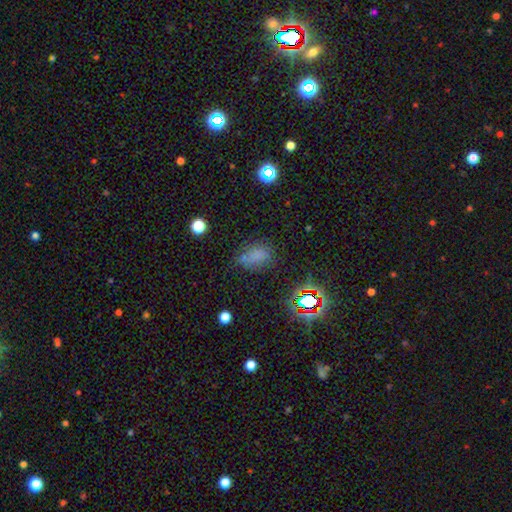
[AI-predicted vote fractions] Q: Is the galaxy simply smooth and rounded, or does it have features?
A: smooth — 64%.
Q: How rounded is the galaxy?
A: in between — 80%.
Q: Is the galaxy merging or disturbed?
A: none — 59%.